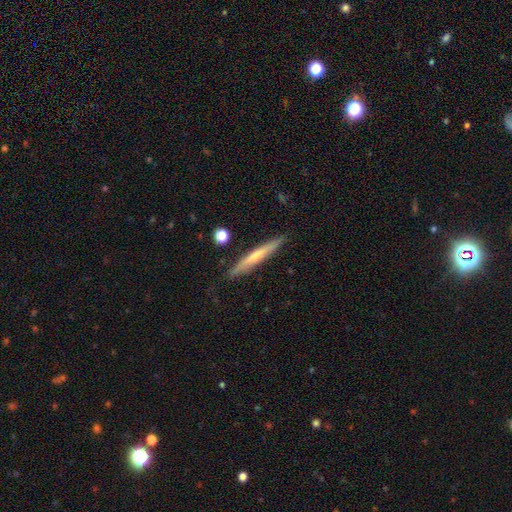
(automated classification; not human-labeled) A featured or disk galaxy (51%) viewed edge-on (95%).

Vote fractions:
- Smooth or featured? featured or disk: 51% / smooth: 42% / star or artifact: 6%
- Edge-on disk? yes: 95% / no: 5%
- Merging? none: 87% / minor disturbance: 9% / merger: 2% / major disturbance: 2%